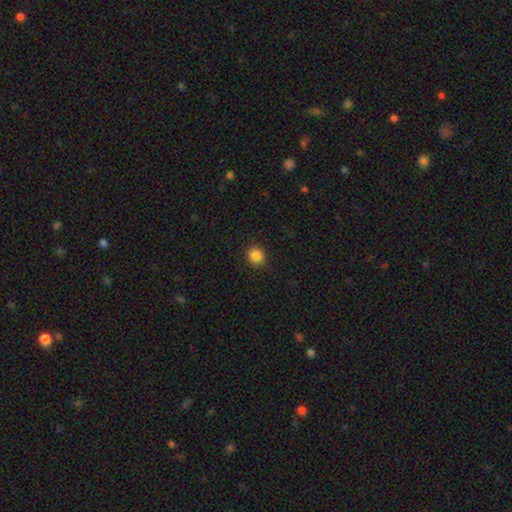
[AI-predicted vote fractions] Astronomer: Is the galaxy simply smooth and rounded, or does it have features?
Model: smooth — 86%.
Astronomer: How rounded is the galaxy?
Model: round — 82%.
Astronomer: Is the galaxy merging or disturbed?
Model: none — 91%.